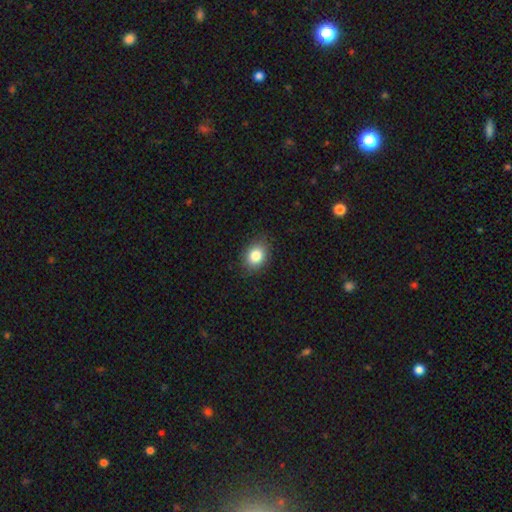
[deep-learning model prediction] Smooth or featured?
  - smooth: 83% *
  - star or artifact: 10%
  - featured or disk: 7%
How rounded?
  - in between: 58% *
  - round: 41%
  - cigar-shaped: 1%
Merging?
  - none: 84% *
  - minor disturbance: 12%
  - major disturbance: 3%
  - merger: 1%